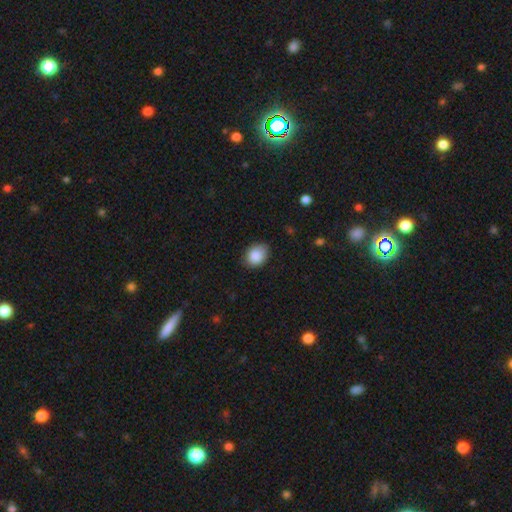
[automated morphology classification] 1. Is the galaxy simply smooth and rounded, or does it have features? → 88% smooth, 7% star or artifact, 4% featured or disk.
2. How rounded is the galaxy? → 66% in between, 33% round, 1% cigar-shaped.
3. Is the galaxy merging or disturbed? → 79% none, 17% minor disturbance, 3% major disturbance, 1% merger.